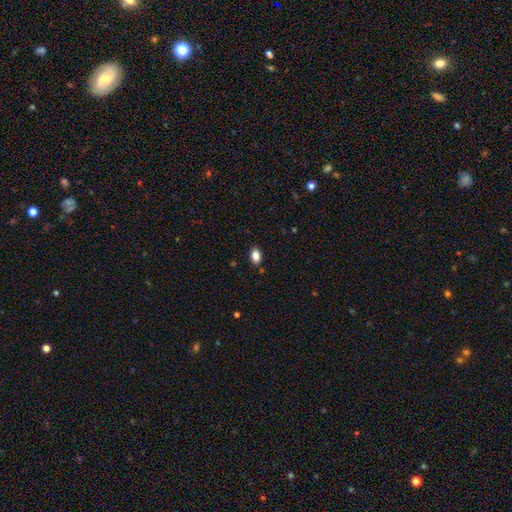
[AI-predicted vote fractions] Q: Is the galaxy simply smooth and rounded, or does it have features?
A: smooth — 85%.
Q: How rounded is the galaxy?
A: in between — 86%.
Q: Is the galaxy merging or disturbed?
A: none — 87%.